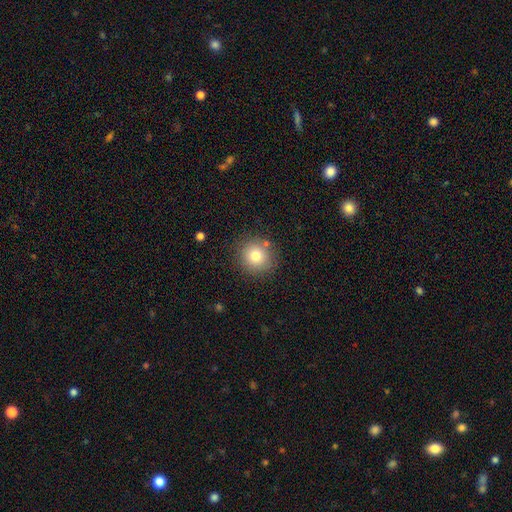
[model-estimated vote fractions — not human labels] A smooth galaxy with no disk features (79%) that is round (91%).

Vote fractions:
- Smooth or featured? smooth: 79% / star or artifact: 12% / featured or disk: 9%
- How rounded? round: 91% / in between: 8% / cigar-shaped: 1%
- Merging? none: 84% / minor disturbance: 9% / merger: 4% / major disturbance: 3%